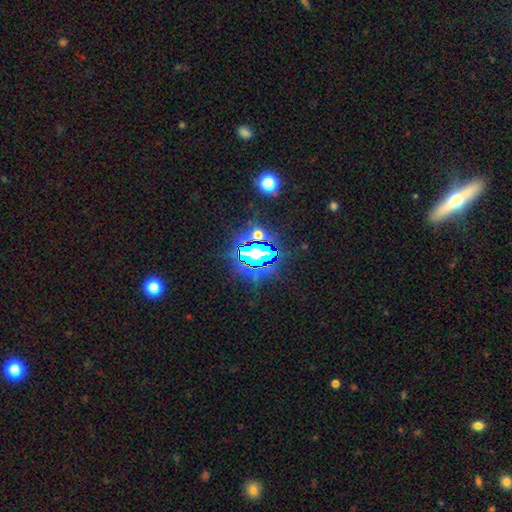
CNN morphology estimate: Smooth or featured: star or artifact — 75% (smooth — 16%)